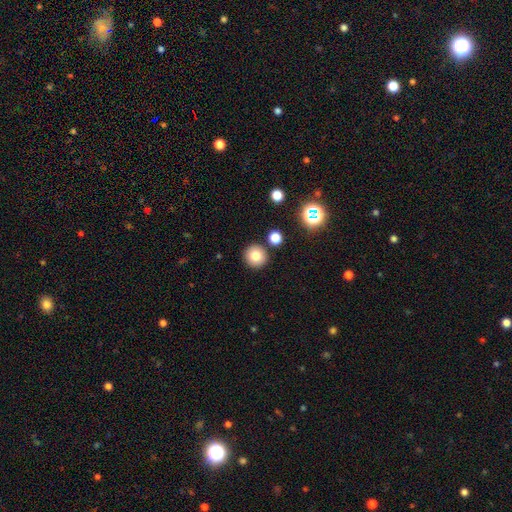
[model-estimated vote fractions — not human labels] Smooth or featured? smooth (80%)
How rounded? round (95%)
Merging? none (88%)